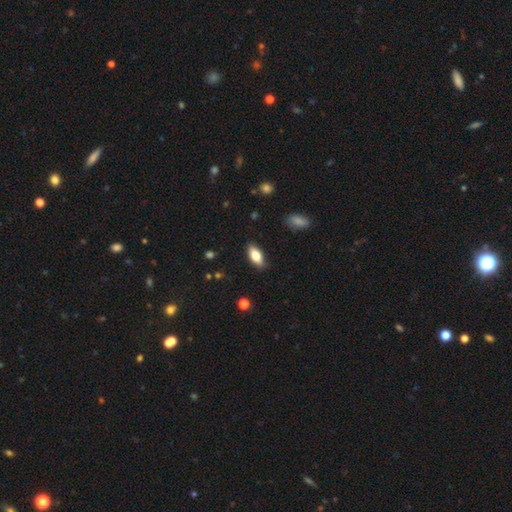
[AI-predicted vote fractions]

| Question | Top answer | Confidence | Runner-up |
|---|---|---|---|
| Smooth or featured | smooth | 78% | featured or disk (15%) |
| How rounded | in between | 84% | cigar-shaped (13%) |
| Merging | none | 85% | minor disturbance (11%) |